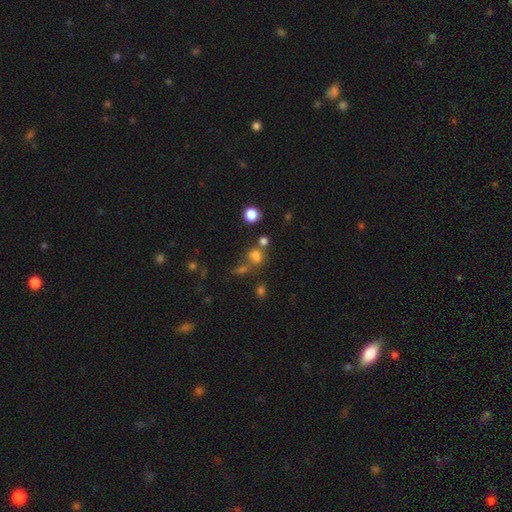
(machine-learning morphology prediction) The model was most divided on "how rounded": round: 53%, in between: 45%, cigar-shaped: 2%. Remaining: smooth or featured — smooth (69%); merging — none (48%).